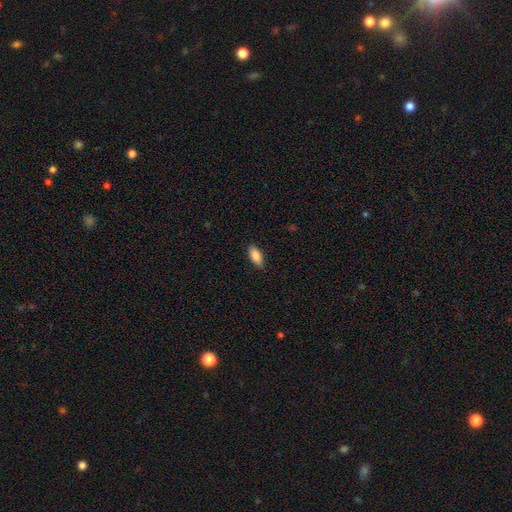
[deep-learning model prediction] A smooth galaxy with no disk features (87%) that is in between round and cigar-shaped (90%). Merging: none (87%).